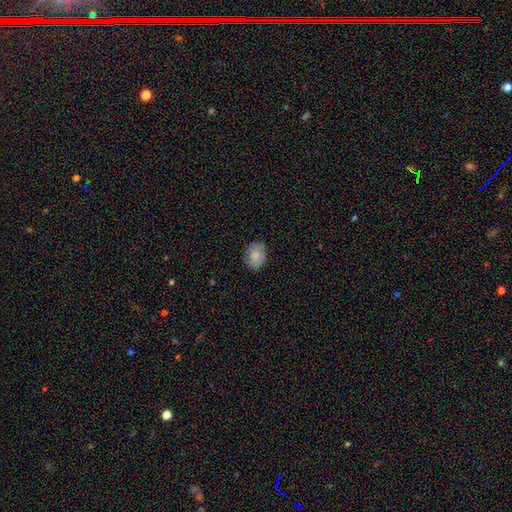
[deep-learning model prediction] Smooth or featured?
  - smooth: 79% *
  - featured or disk: 14%
  - star or artifact: 7%
How rounded?
  - in between: 62% *
  - round: 37%
  - cigar-shaped: 1%
Merging?
  - none: 75% *
  - minor disturbance: 19%
  - major disturbance: 4%
  - merger: 1%